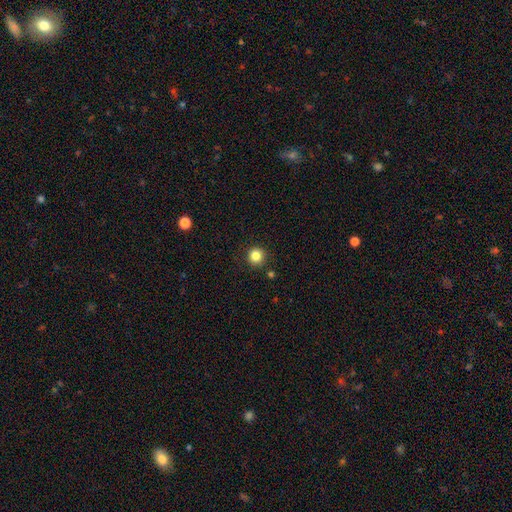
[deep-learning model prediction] Morphology: type=smooth (84%); roundness=round (94%); merging=none (89%).